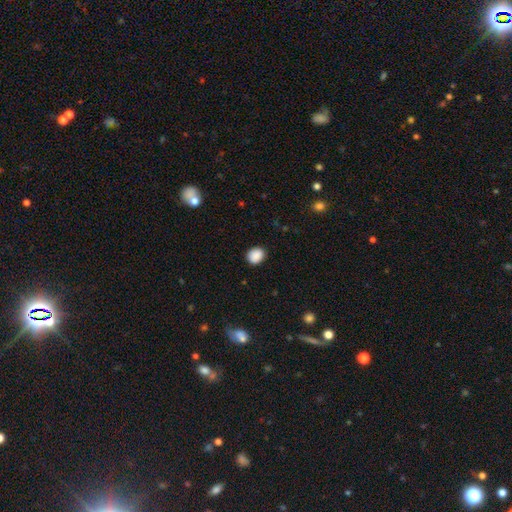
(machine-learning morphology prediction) A smooth galaxy with no disk features (89%) that is round (58%).

Vote fractions:
- Smooth or featured? smooth: 89% / star or artifact: 8% / featured or disk: 3%
- How rounded? round: 58% / in between: 41% / cigar-shaped: 1%
- Merging? none: 88% / minor disturbance: 9% / major disturbance: 2% / merger: 1%